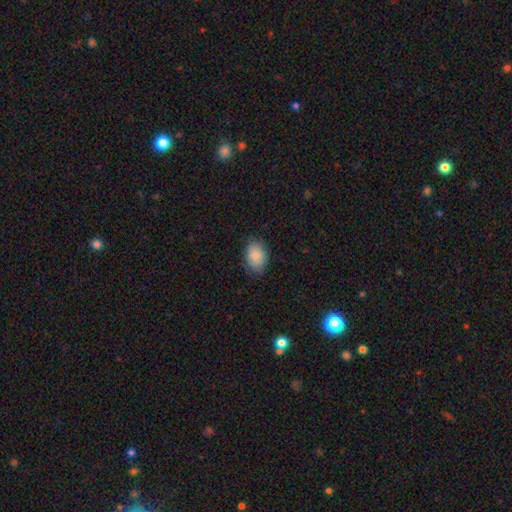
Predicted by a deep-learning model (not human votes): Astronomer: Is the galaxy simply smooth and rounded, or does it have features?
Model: smooth — 84%.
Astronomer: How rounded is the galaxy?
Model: in between — 81%.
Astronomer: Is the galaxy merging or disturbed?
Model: none — 81%.